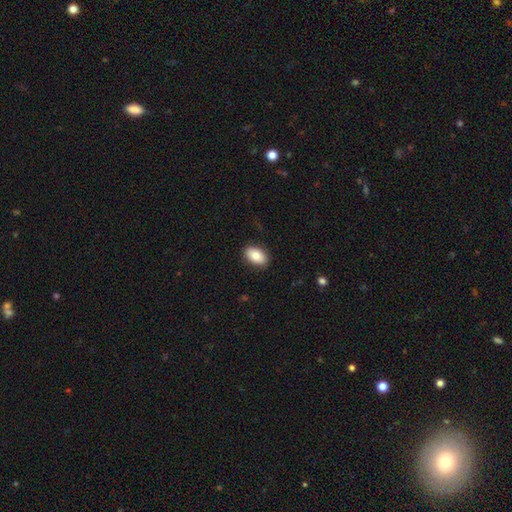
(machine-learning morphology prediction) Smooth or featured?
  - smooth: 83% *
  - featured or disk: 10%
  - star or artifact: 7%
How rounded?
  - in between: 91% *
  - round: 8%
  - cigar-shaped: 1%
Merging?
  - none: 88% *
  - minor disturbance: 9%
  - major disturbance: 2%
  - merger: 1%